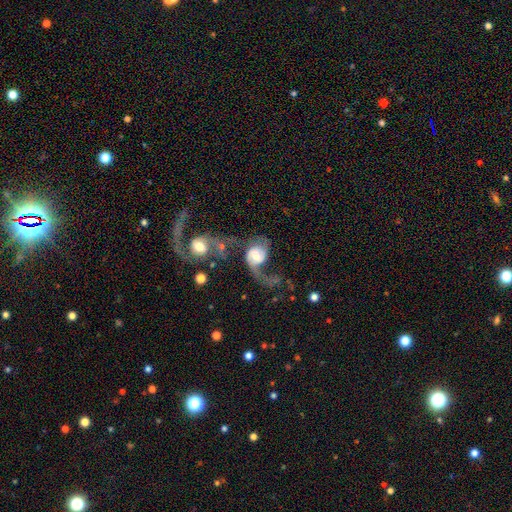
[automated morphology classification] This appears to be a featured or disk galaxy (74%) with no bar (57%), 2 (65%) loose (59%) spiral arms (91%) and a moderate central bulge (61%). Merging: merger (44%).